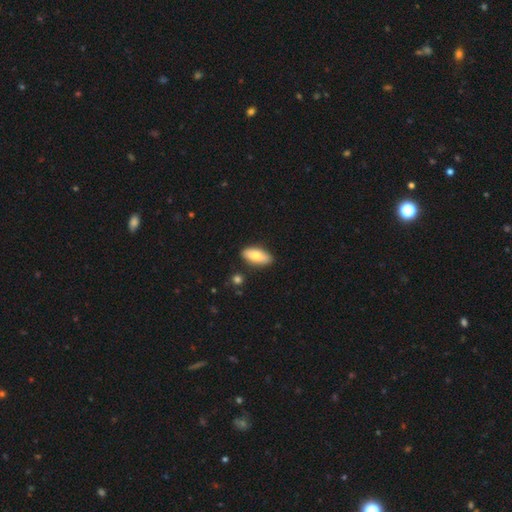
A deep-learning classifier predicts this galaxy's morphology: Smooth or featured? smooth (77%)
How rounded? in between (84%)
Merging? none (85%)